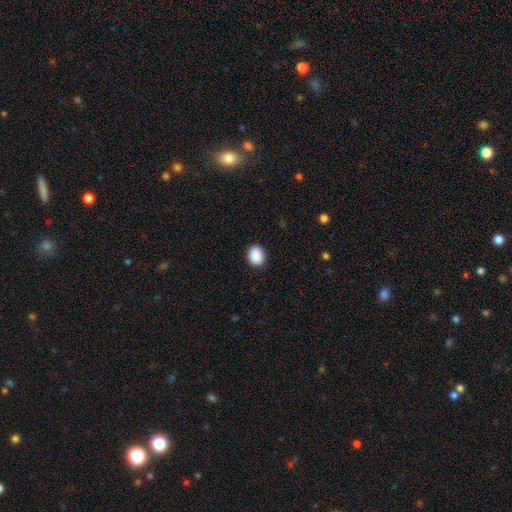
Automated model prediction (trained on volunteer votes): Smooth or featured: smooth — 90% (star or artifact — 8%)
How rounded: round — 53% (in between — 46%)
Merging: none — 89% (minor disturbance — 8%)